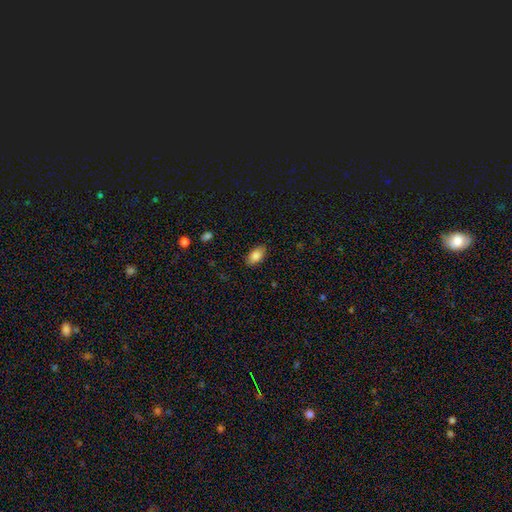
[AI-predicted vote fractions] The model was most divided on "merging": none: 86%, minor disturbance: 10%, major disturbance: 2%, merger: 1%. More confident: how rounded — in between (92%); smooth or featured — smooth (86%).